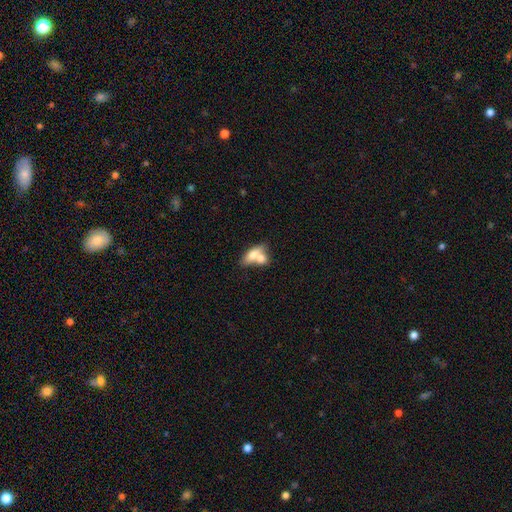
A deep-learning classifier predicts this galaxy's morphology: Smooth or featured? smooth (69%)
How rounded? in between (74%)
Merging? merger (61%)